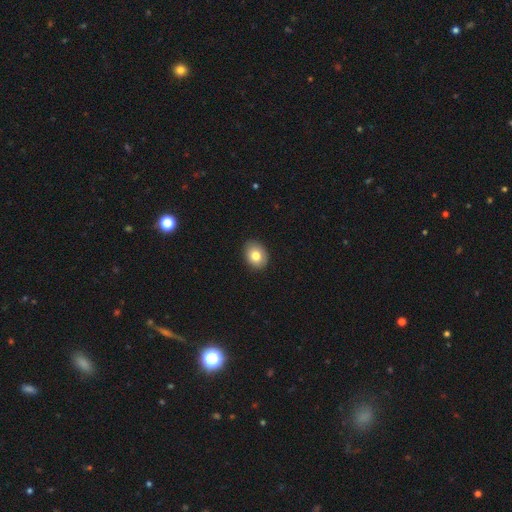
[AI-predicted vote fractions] Q: Smooth or featured?
A: smooth (80%); runner-up: featured or disk (12%)
Q: How rounded?
A: in between (64%); runner-up: round (35%)
Q: Merging?
A: none (89%); runner-up: minor disturbance (9%)